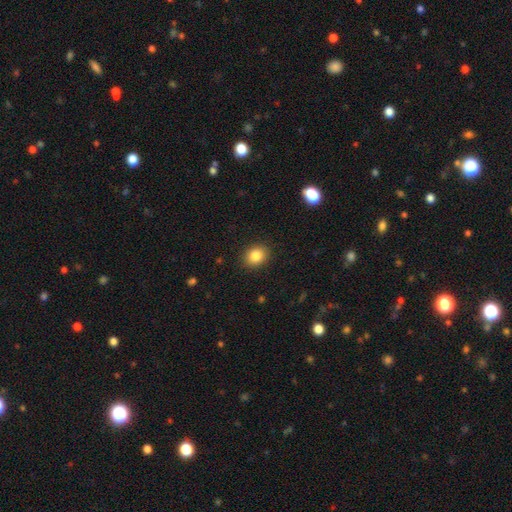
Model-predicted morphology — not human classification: Smooth or featured?
  - smooth: 85% *
  - star or artifact: 10%
  - featured or disk: 5%
How rounded?
  - round: 58% *
  - in between: 41%
  - cigar-shaped: 1%
Merging?
  - none: 89% *
  - minor disturbance: 7%
  - major disturbance: 2%
  - merger: 1%